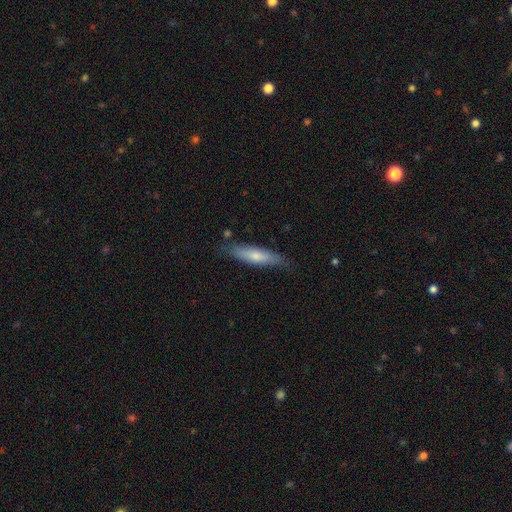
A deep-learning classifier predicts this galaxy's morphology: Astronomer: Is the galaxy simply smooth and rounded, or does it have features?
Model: smooth — 66%.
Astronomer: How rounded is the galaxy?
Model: cigar-shaped — 77%.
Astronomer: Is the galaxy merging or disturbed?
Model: none — 78%.